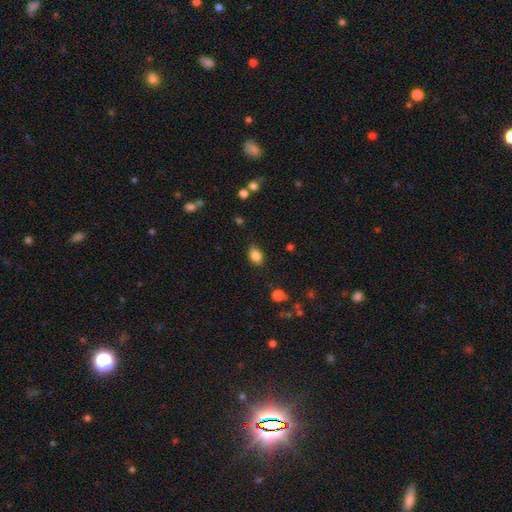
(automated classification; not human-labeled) Smooth or featured? Predicted: smooth (p=0.85). How rounded? Predicted: in between (p=0.85). Merging? Predicted: none (p=0.83).